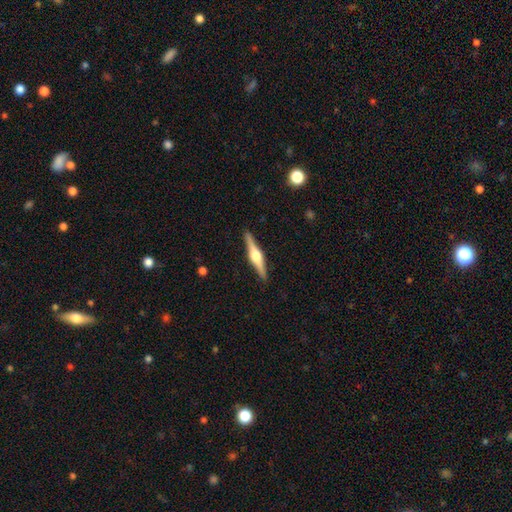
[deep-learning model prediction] A featured or disk galaxy (79%) viewed edge-on (98%) with a rounded central bulge (93%). Merging: none (92%).